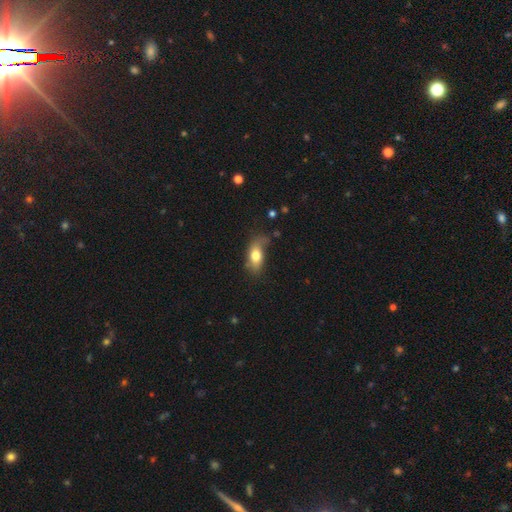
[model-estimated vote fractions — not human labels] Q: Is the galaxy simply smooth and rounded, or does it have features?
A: smooth — 71%.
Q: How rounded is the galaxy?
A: in between — 84%.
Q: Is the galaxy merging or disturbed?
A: none — 51%.